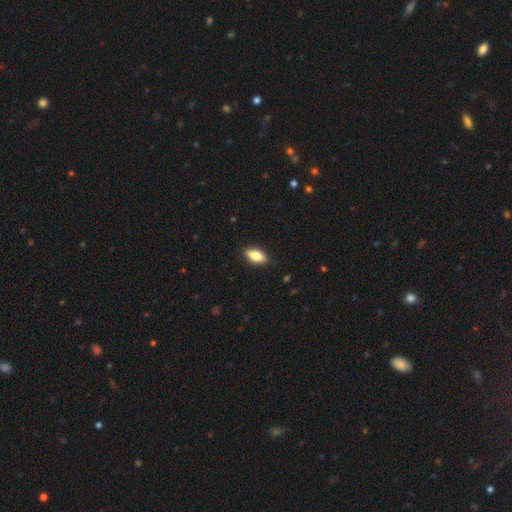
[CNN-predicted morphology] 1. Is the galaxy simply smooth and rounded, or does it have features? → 78% smooth, 15% featured or disk, 7% star or artifact.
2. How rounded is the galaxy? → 87% in between, 9% cigar-shaped, 4% round.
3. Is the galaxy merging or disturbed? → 89% none, 8% minor disturbance, 2% major disturbance, 1% merger.